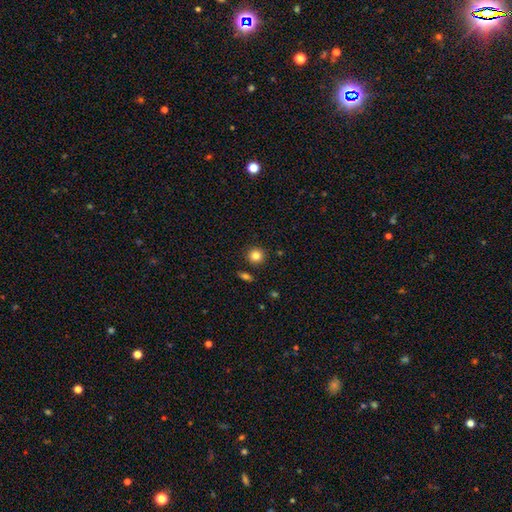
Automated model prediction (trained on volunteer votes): Overall: smooth (83%). How rounded: round (91%). Merging: none (88%).